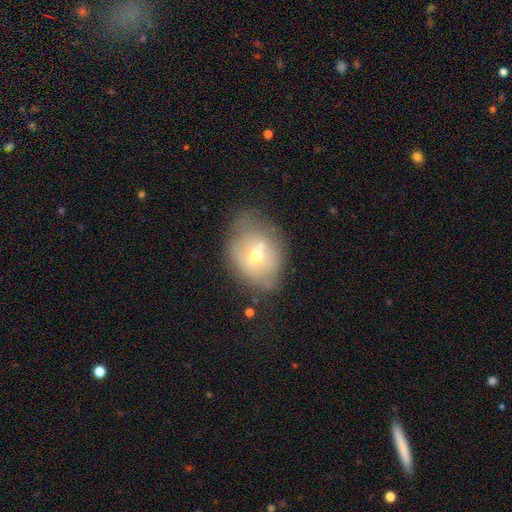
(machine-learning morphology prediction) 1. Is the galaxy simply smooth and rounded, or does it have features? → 54% smooth, 34% featured or disk, 12% star or artifact.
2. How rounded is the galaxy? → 54% in between, 45% round, 1% cigar-shaped.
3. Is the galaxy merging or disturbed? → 44% none, 27% minor disturbance, 17% merger, 12% major disturbance.